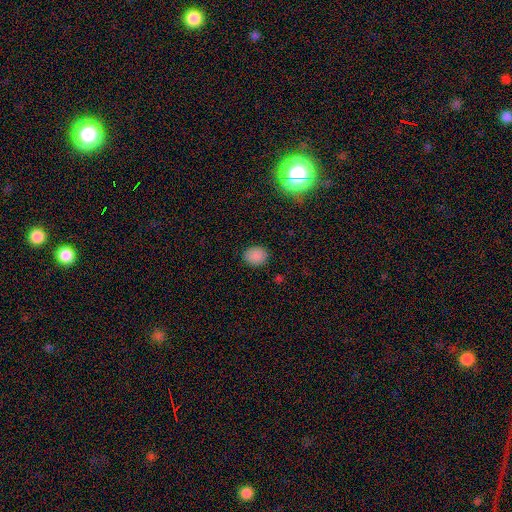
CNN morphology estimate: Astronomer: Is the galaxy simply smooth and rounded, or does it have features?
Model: smooth — 86%.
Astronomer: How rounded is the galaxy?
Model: round — 55% (runner-up: in between, 44%).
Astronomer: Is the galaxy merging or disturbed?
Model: none — 87%.